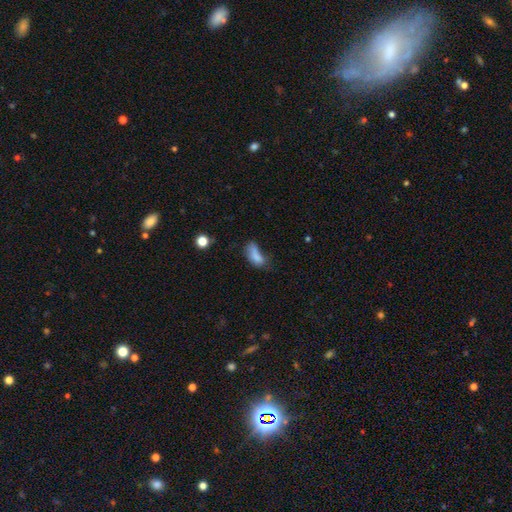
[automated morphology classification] The model was most divided on "merging": none: 28%, major disturbance: 26%, minor disturbance: 26%, merger: 20%. More confident: how rounded — in between (81%); smooth or featured — smooth (74%).